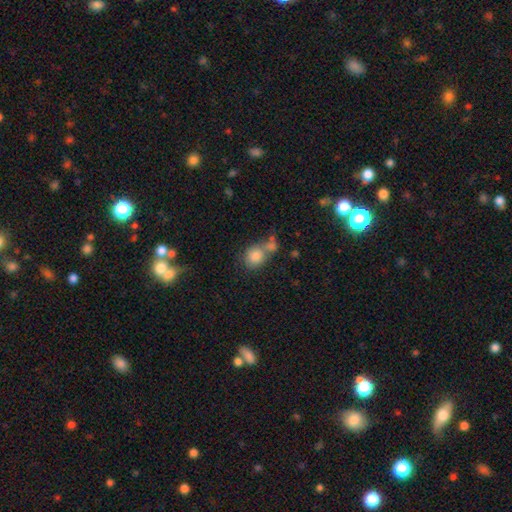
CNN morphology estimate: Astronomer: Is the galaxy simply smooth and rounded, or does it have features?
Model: smooth — 81%.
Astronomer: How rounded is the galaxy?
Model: round — 69%.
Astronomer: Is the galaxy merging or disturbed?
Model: merger — 41% (runner-up: none, 40%).